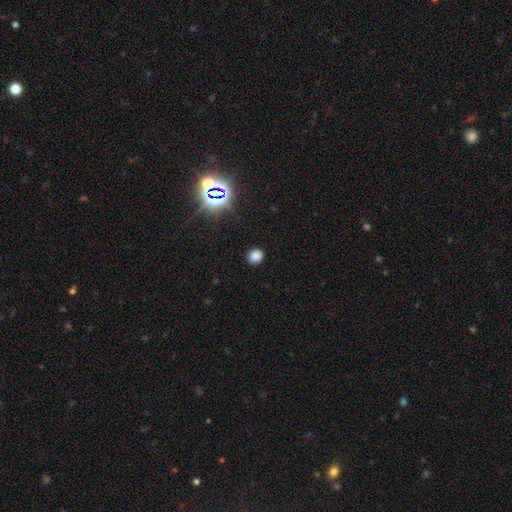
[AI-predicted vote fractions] smooth_or_featured: smooth (p=0.80) [alt: star or artifact p=0.16]
how_rounded: round (p=0.73) [alt: in between p=0.26]
merging: none (p=0.89) [alt: minor disturbance p=0.08]